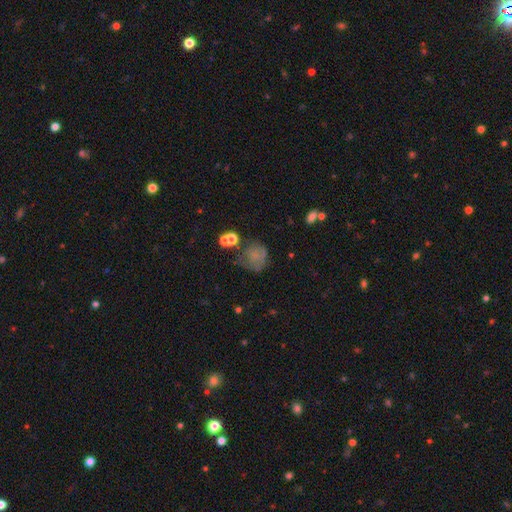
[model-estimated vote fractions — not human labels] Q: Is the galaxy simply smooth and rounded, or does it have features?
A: smooth — 61%.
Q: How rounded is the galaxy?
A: round — 77%.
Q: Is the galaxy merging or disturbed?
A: none — 42%.